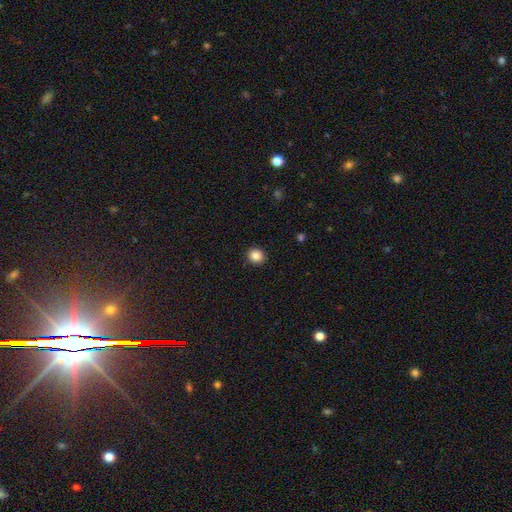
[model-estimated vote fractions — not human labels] Smooth or featured?
  - smooth: 86% *
  - star or artifact: 10%
  - featured or disk: 4%
How rounded?
  - round: 85% *
  - in between: 14%
  - cigar-shaped: 1%
Merging?
  - none: 91% *
  - minor disturbance: 6%
  - major disturbance: 2%
  - merger: 1%